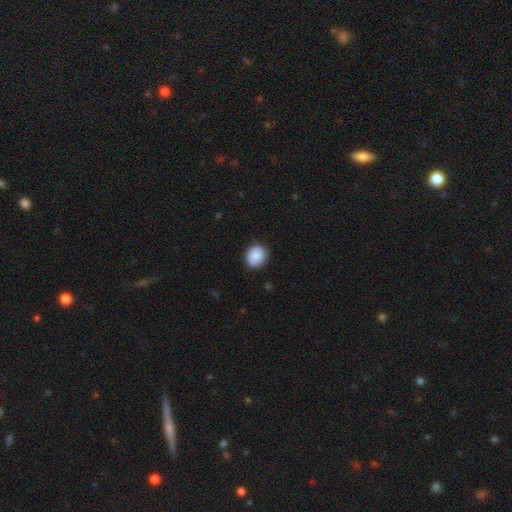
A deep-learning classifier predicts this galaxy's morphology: smooth 89%, star or artifact 7%, featured or disk 4%. Down the decision tree: how rounded — round (68%); merging — none (87%).